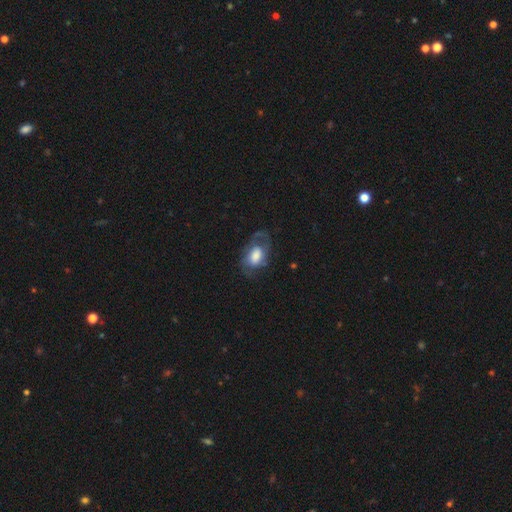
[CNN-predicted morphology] Smooth or featured: smooth — 49% (featured or disk — 43%)
Merging: none — 47% (major disturbance — 26%)